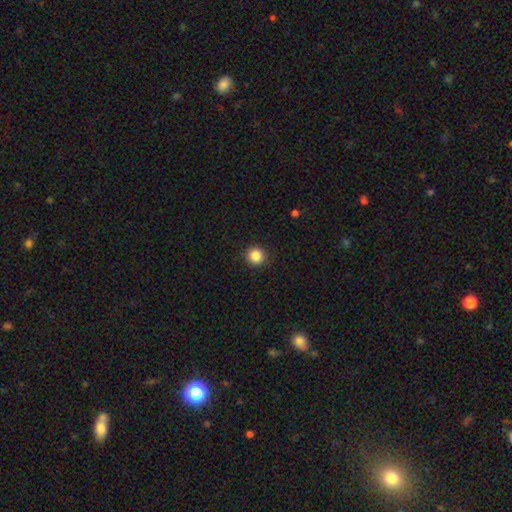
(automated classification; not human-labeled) This appears to be a smooth galaxy with no disk features (86%) that is round (94%). Merging: none (92%).